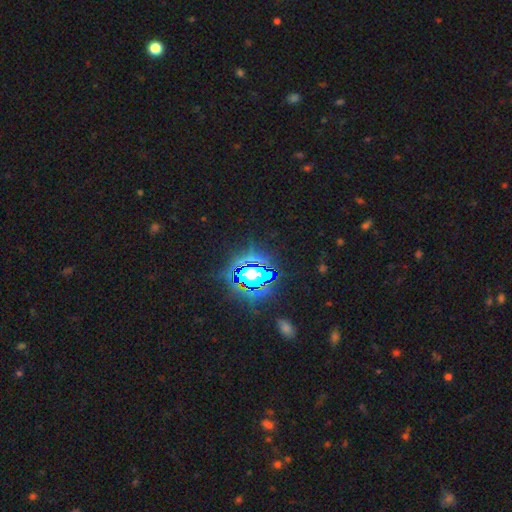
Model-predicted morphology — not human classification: A star or artifact, not a galaxy (85%).